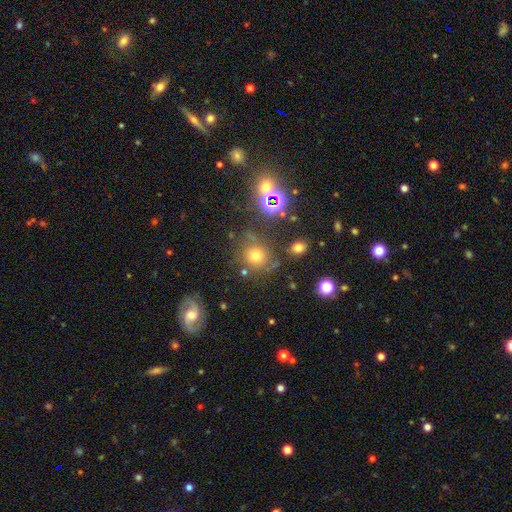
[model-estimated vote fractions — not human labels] Smooth or featured? Predicted: smooth (p=0.64). How rounded? Predicted: round (p=0.88). Merging? Predicted: none (p=0.73).